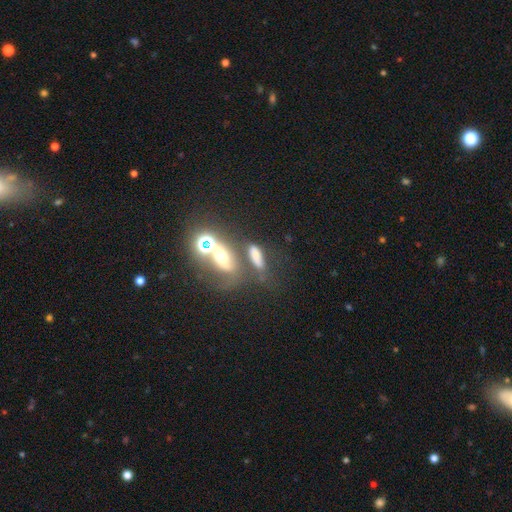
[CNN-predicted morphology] Q: Smooth or featured?
A: smooth (64%); runner-up: star or artifact (19%)
Q: How rounded?
A: in between (57%); runner-up: cigar-shaped (31%)
Q: Merging?
A: none (43%); runner-up: merger (30%)